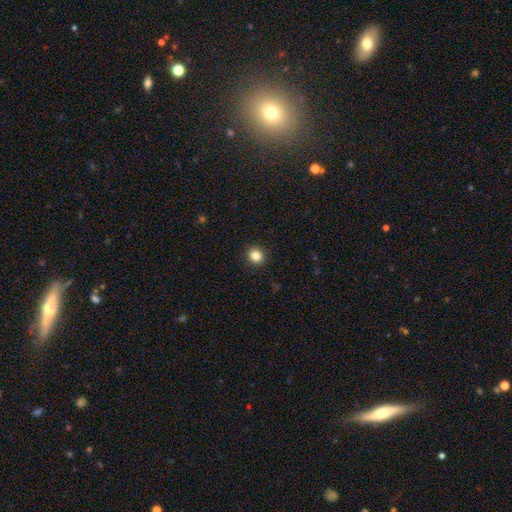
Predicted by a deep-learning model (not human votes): Q: Smooth or featured?
A: smooth (84%); runner-up: star or artifact (11%)
Q: How rounded?
A: round (86%); runner-up: in between (13%)
Q: Merging?
A: none (92%); runner-up: minor disturbance (5%)